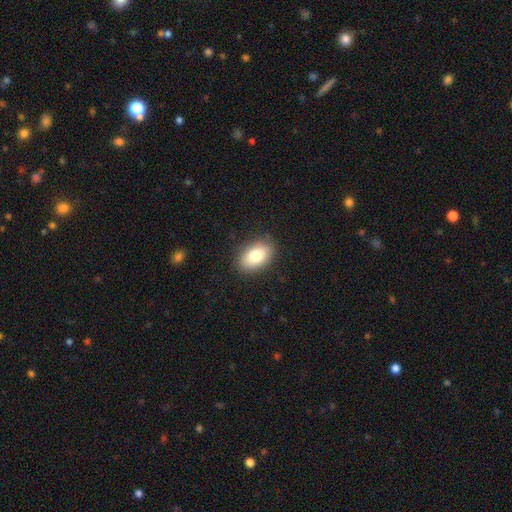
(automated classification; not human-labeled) Smooth or featured? smooth (81%)
How rounded? in between (90%)
Merging? none (87%)